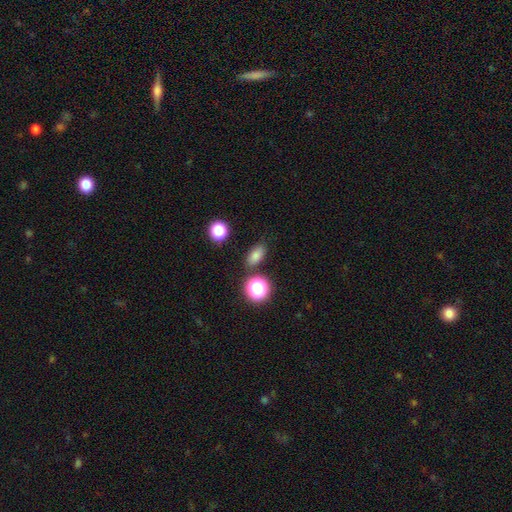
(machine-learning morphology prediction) A smooth galaxy with no disk features (77%) that is in between round and cigar-shaped (80%).

Vote fractions:
- Smooth or featured? smooth: 77% / star or artifact: 16% / featured or disk: 7%
- How rounded? in between: 80% / round: 16% / cigar-shaped: 4%
- Merging? none: 83% / minor disturbance: 10% / merger: 4% / major disturbance: 3%